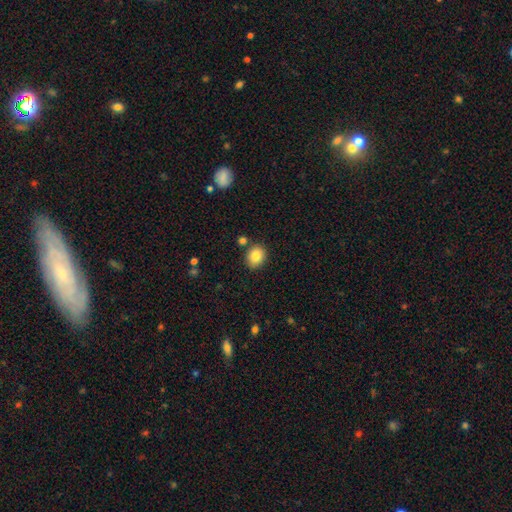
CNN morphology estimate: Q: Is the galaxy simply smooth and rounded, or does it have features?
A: smooth — 85%.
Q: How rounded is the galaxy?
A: round — 51%.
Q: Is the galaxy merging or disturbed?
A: none — 81%.